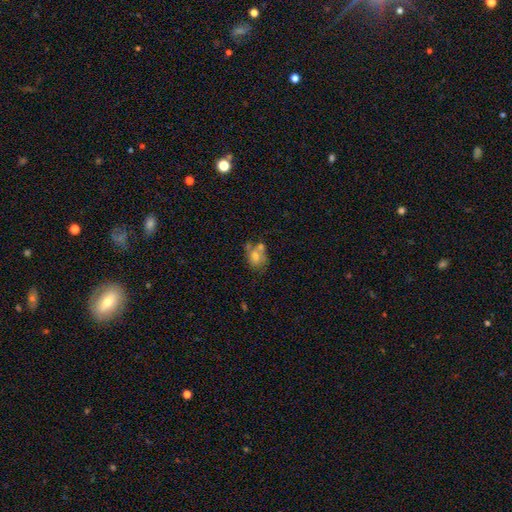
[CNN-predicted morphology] A smooth galaxy with no disk features (55%) that is round (59%). Merging: none (41%).